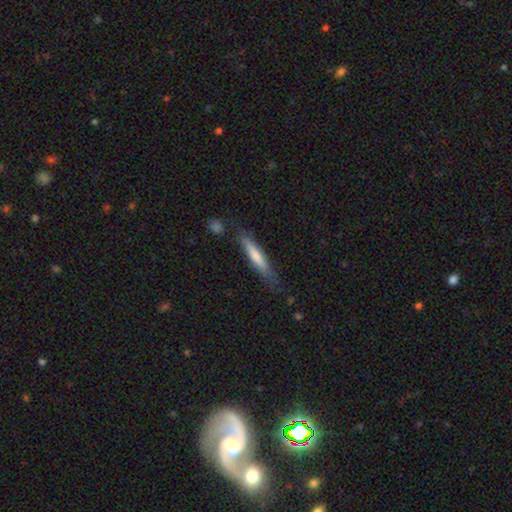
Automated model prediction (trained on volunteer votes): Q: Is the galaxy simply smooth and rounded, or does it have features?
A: smooth — 61%.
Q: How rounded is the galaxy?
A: cigar-shaped — 91%.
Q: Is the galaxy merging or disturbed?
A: none — 76%.